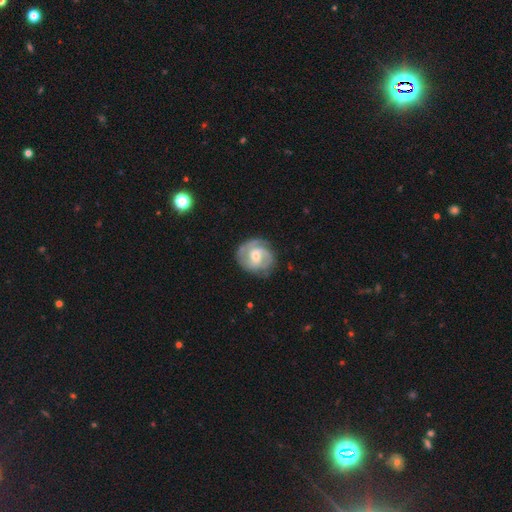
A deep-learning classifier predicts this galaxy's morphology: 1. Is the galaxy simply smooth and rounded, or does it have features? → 82% featured or disk, 13% smooth, 5% star or artifact.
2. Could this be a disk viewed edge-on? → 98% no, 2% yes.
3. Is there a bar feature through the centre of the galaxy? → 53% no, 39% weak, 8% strong.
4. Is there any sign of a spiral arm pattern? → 95% yes, 5% no.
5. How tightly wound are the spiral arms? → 54% tight, 37% medium, 9% loose.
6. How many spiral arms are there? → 56% 2, 20% 3, 14% can't tell, 5% 1, 3% 4, 3% more than 4.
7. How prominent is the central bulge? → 58% moderate, 37% small, 3% large, 1% none, 1% dominant.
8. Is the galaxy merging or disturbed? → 75% none, 18% minor disturbance, 6% major disturbance, 1% merger.